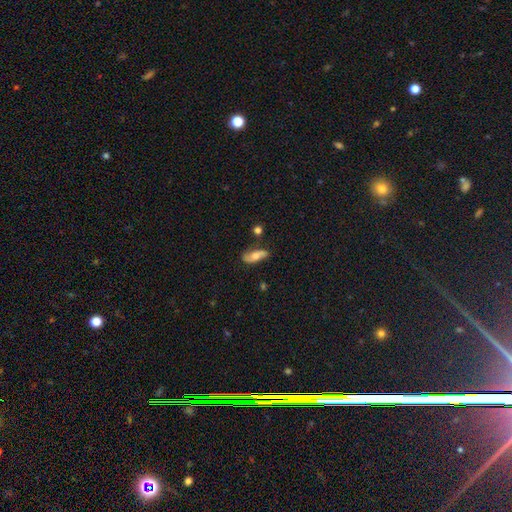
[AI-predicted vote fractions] A smooth galaxy with no disk features (50%) that is in between round and cigar-shaped (71%).

Vote fractions:
- Smooth or featured? smooth: 50% / featured or disk: 42% / star or artifact: 8%
- How rounded? in between: 71% / cigar-shaped: 25% / round: 4%
- Merging? none: 66% / minor disturbance: 23% / major disturbance: 7% / merger: 5%